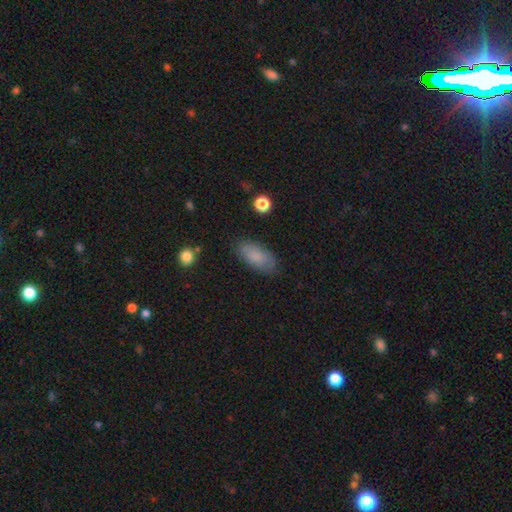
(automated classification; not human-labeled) Morphology: type=smooth (83%); roundness=in between (88%); merging=none (83%).